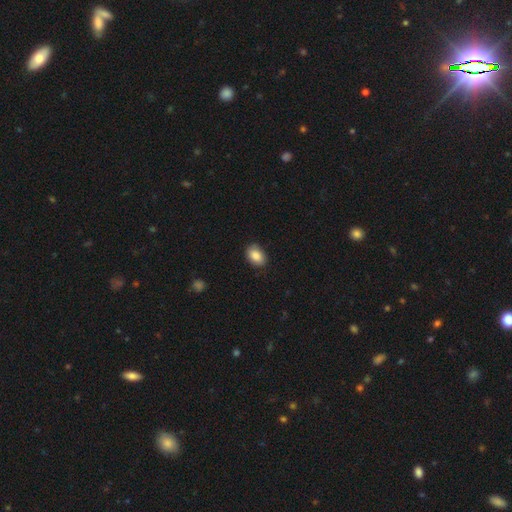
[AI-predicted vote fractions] Q: Smooth or featured?
A: smooth (87%); runner-up: star or artifact (7%)
Q: How rounded?
A: in between (81%); runner-up: round (18%)
Q: Merging?
A: none (84%); runner-up: minor disturbance (13%)